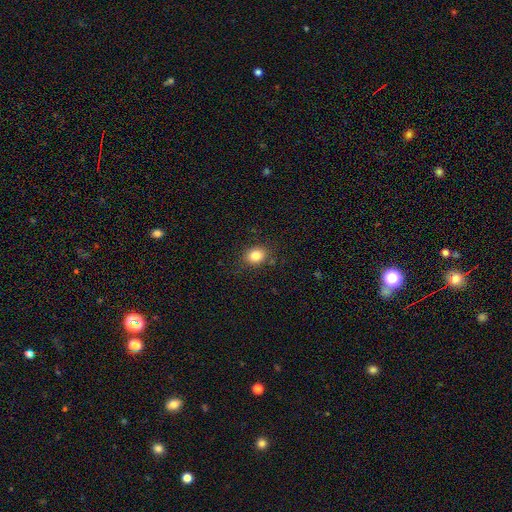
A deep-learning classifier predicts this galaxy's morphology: Q: Smooth or featured?
A: smooth (83%); runner-up: star or artifact (11%)
Q: How rounded?
A: round (56%); runner-up: in between (43%)
Q: Merging?
A: none (85%); runner-up: minor disturbance (11%)